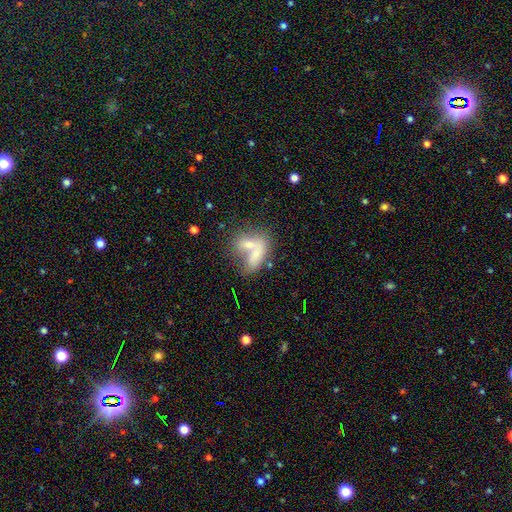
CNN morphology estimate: Smooth or featured?
  - smooth: 68% *
  - featured or disk: 23%
  - star or artifact: 9%
How rounded?
  - in between: 76% *
  - round: 12%
  - cigar-shaped: 12%
Merging?
  - merger: 61% *
  - none: 21%
  - major disturbance: 9%
  - minor disturbance: 9%